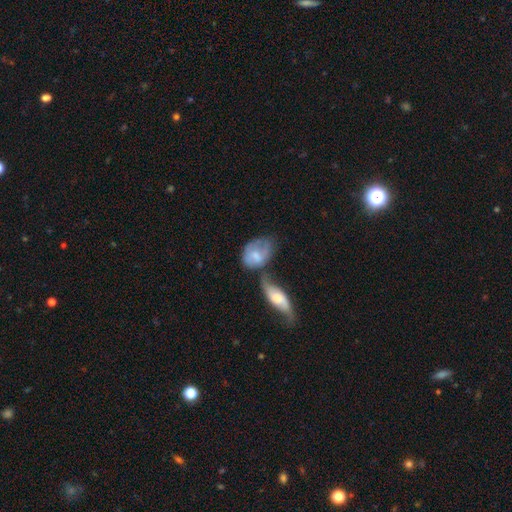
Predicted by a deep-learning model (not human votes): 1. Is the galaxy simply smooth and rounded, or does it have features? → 54% smooth, 40% featured or disk, 6% star or artifact.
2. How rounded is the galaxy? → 81% in between, 17% round, 2% cigar-shaped.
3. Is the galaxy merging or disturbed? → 43% merger, 24% none, 19% minor disturbance, 14% major disturbance.